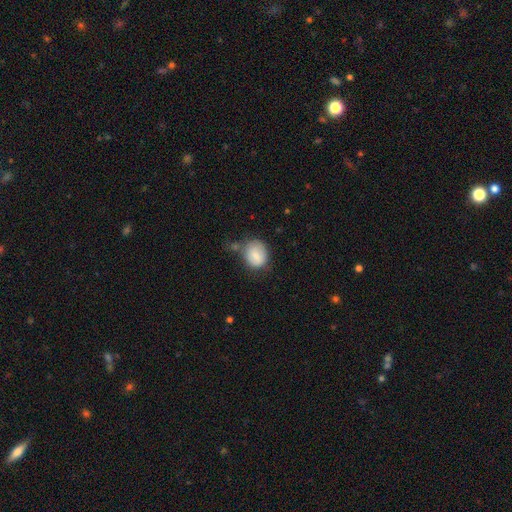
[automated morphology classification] smooth 78%, featured or disk 14%, star or artifact 8%. Down the decision tree: how rounded — round (64%); merging — none (50%).